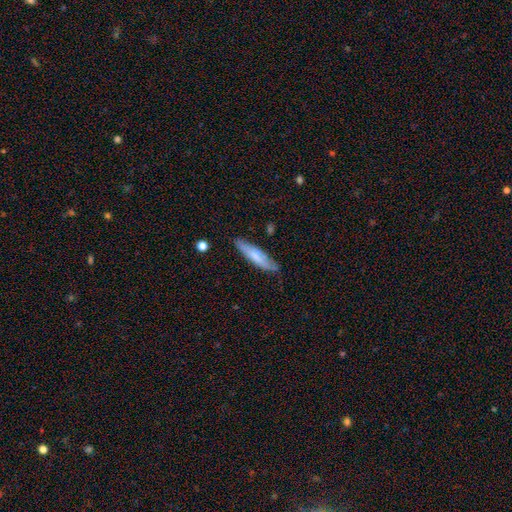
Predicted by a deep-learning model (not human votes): smooth-or-featured: smooth: 68% | featured or disk: 26% | star or artifact: 6%
  how-rounded: cigar-shaped: 79% | in between: 20% | round: 1%
  merging: none: 80% | minor disturbance: 15% | major disturbance: 3% | merger: 2%